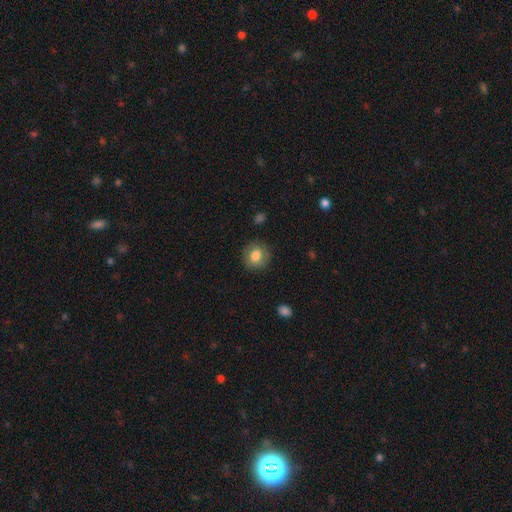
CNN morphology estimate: The model was most divided on "smooth or featured": smooth: 77%, featured or disk: 14%, star or artifact: 8%. More confident: merging — none (87%); how rounded — round (84%).